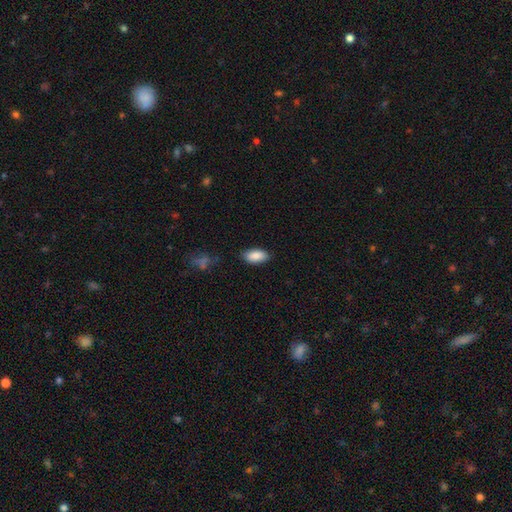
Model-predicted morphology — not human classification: The model was most divided on "merging": none: 84%, minor disturbance: 12%, major disturbance: 3%, merger: 2%. More confident: how rounded — in between (92%); smooth or featured — smooth (87%).